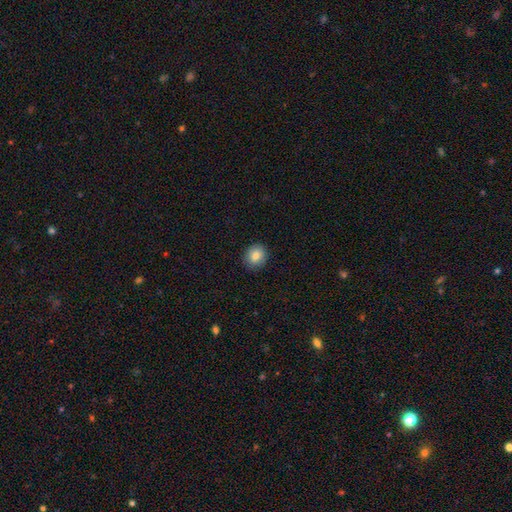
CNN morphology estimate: A smooth galaxy with no disk features (82%) that is round (69%).

Vote fractions:
- Smooth or featured? smooth: 82% / star or artifact: 9% / featured or disk: 9%
- How rounded? round: 69% / in between: 30% / cigar-shaped: 1%
- Merging? none: 90% / minor disturbance: 7% / major disturbance: 2% / merger: 1%